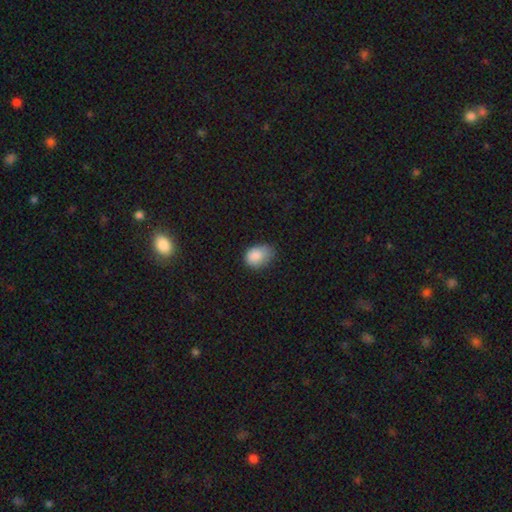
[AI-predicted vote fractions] A smooth galaxy with no disk features (86%) that is in between round and cigar-shaped (73%).

Vote fractions:
- Smooth or featured? smooth: 86% / star or artifact: 8% / featured or disk: 6%
- How rounded? in between: 73% / round: 26% / cigar-shaped: 1%
- Merging? minor disturbance: 44% / none: 43% / major disturbance: 12% / merger: 2%